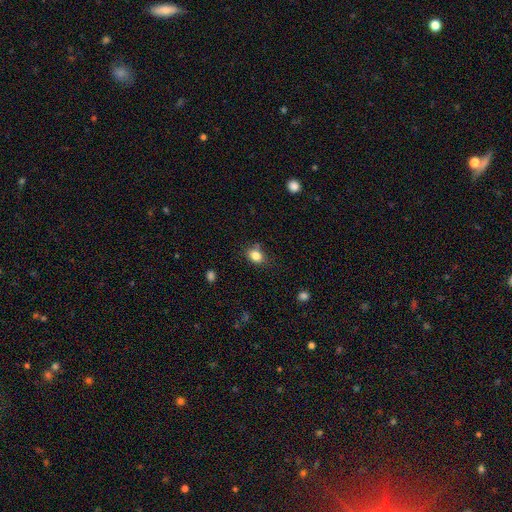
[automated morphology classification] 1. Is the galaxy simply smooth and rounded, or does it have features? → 83% smooth, 11% star or artifact, 6% featured or disk.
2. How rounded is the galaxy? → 55% in between, 44% round, 1% cigar-shaped.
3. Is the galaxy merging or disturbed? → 72% none, 19% minor disturbance, 5% major disturbance, 4% merger.